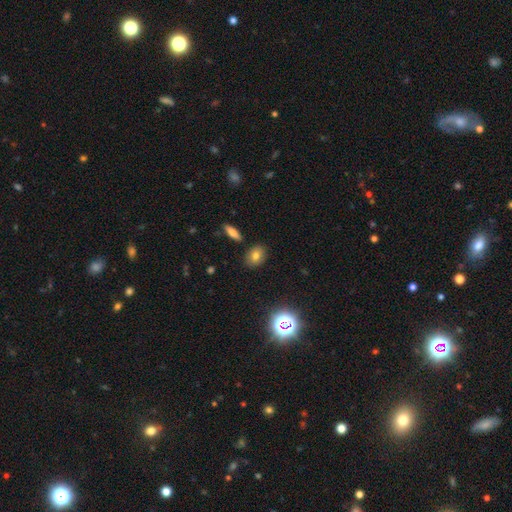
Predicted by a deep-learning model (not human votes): Smooth or featured? Predicted: smooth (p=0.72). How rounded? Predicted: in between (p=0.52). Merging? Predicted: none (p=0.85).